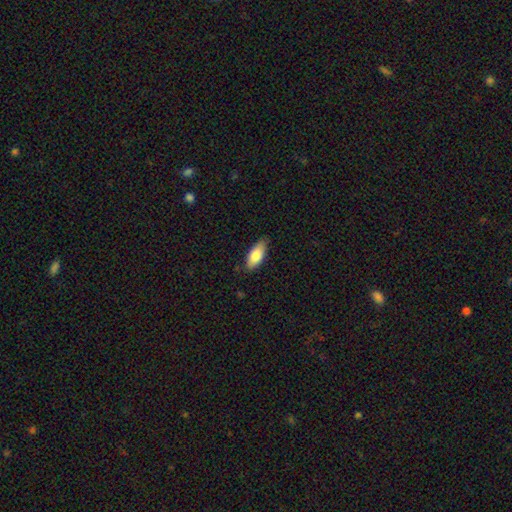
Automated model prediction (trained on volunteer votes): smooth-or-featured: smooth: 79% | featured or disk: 14% | star or artifact: 6%
  how-rounded: in between: 85% | cigar-shaped: 13% | round: 2%
  merging: none: 80% | minor disturbance: 17% | major disturbance: 2% | merger: 1%